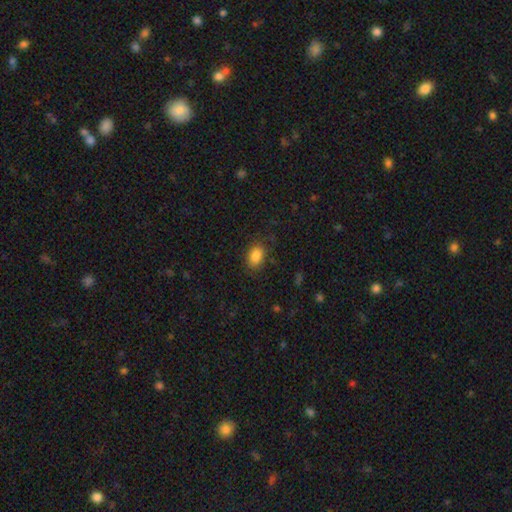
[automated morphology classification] This appears to be a smooth galaxy with no disk features (86%) that is in between round and cigar-shaped (79%). Merging: none (79%).